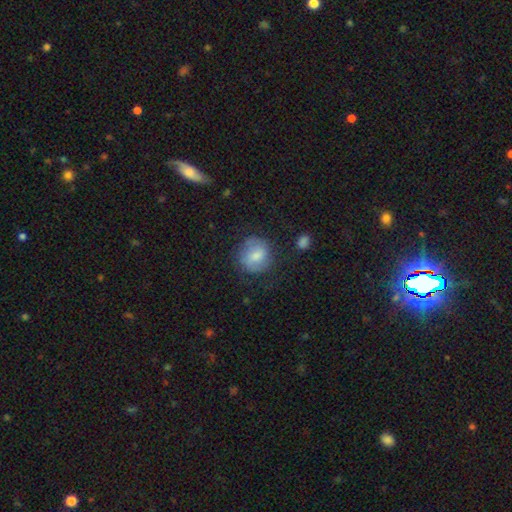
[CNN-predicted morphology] Smooth or featured? smooth (67%)
How rounded? round (82%)
Merging? none (68%)